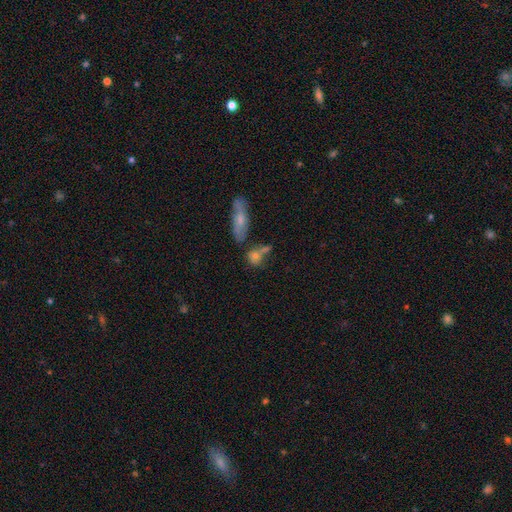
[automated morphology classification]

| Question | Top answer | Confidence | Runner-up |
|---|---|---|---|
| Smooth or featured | smooth | 73% | featured or disk (16%) |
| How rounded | round | 48% | in between (42%) |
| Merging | none | 45% | merger (31%) |